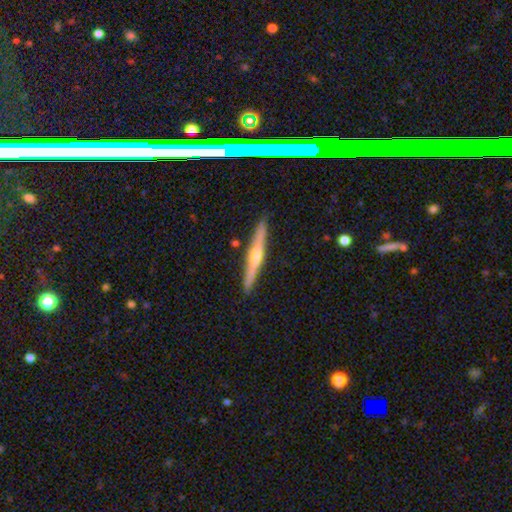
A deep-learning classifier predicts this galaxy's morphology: Smooth or featured? featured or disk (72%)
Edge-on disk? yes (97%)
Edge-on bulge? rounded (83%)
Merging? none (89%)